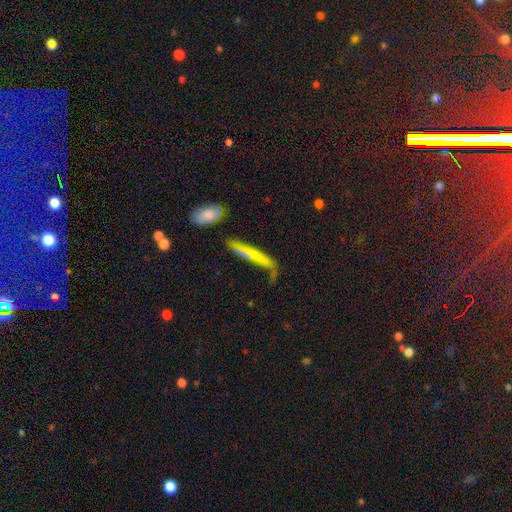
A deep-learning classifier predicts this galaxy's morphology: Smooth or featured? Predicted: smooth (p=0.54). How rounded? Predicted: cigar-shaped (p=0.85). Merging? Predicted: none (p=0.45).